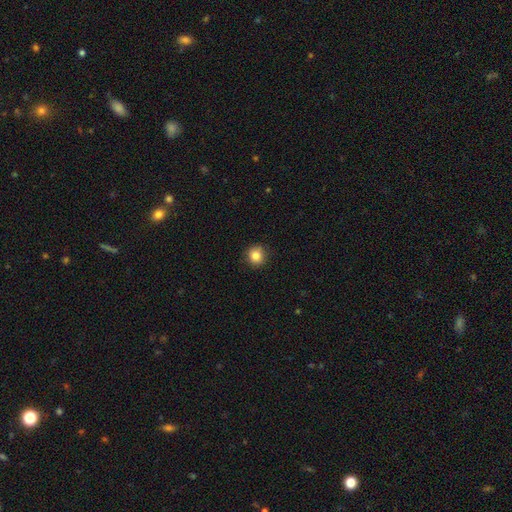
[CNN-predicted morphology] This appears to be a smooth galaxy with no disk features (84%) that is round (92%). Merging: none (89%).